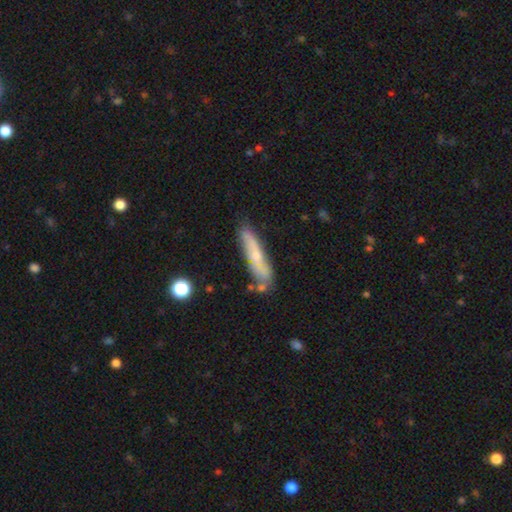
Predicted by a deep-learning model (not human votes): smooth 49%, featured or disk 44%, star or artifact 7%. Down the decision tree: merging — none (69%).